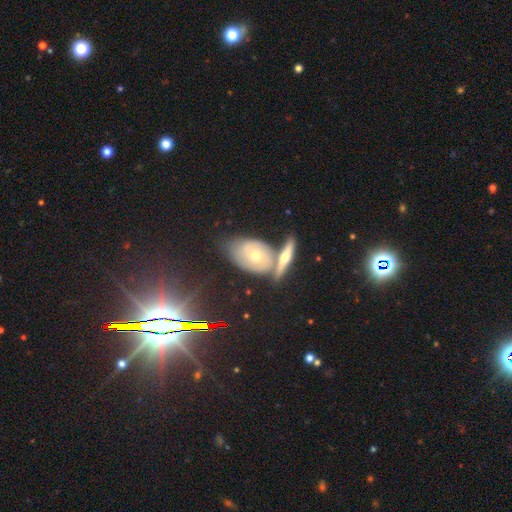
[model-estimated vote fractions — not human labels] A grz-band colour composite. It shows a featured or disk galaxy (59%). Merging: none (61%).